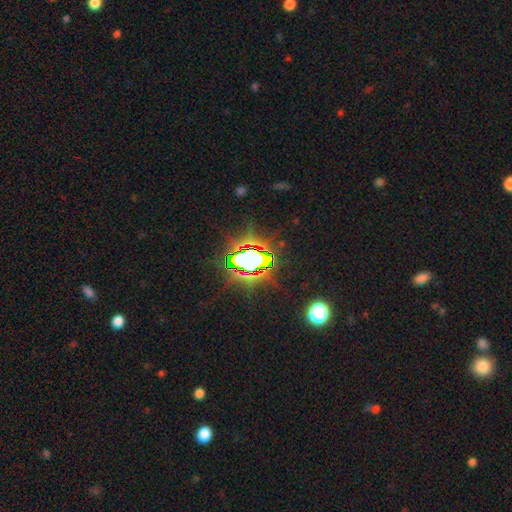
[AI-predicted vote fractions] Q: Smooth or featured?
A: star or artifact (79%); runner-up: smooth (12%)